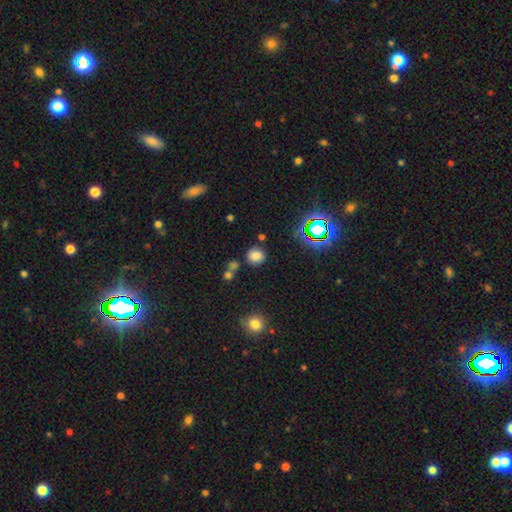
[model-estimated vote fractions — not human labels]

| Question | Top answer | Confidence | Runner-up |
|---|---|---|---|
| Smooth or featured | smooth | 72% | star or artifact (21%) |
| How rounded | round | 88% | in between (11%) |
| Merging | none | 76% | minor disturbance (10%) |